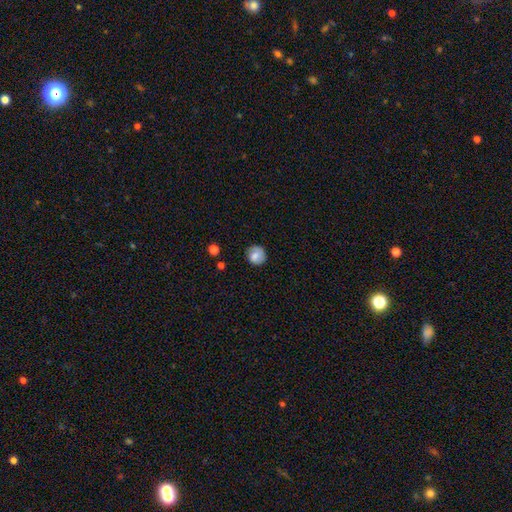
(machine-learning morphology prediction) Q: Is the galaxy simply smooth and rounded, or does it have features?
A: smooth — 73%.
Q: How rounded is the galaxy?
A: round — 87%.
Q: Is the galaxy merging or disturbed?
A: none — 77%.